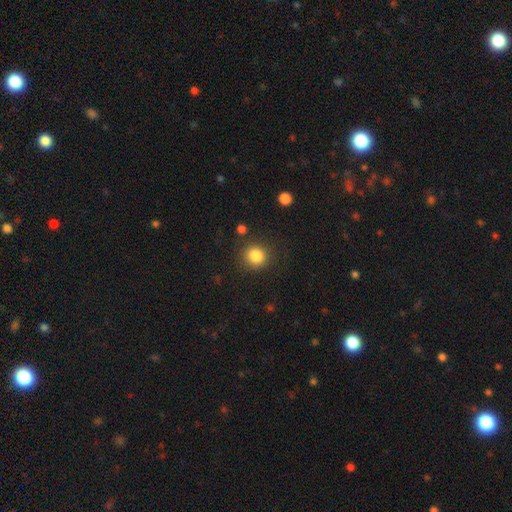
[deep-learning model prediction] Smooth or featured? smooth (85%)
How rounded? round (88%)
Merging? none (86%)